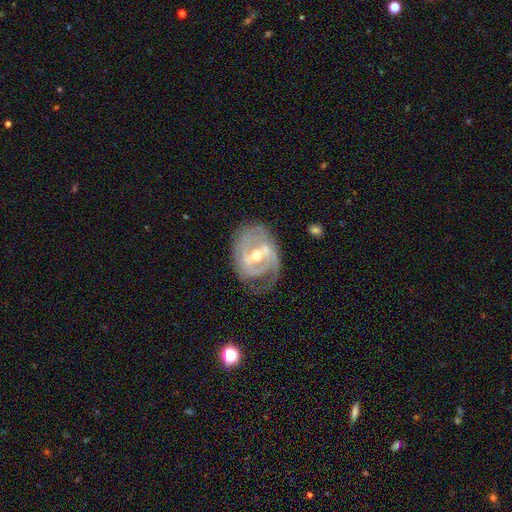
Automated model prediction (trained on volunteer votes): smooth-or-featured: featured or disk: 87% | smooth: 8% | star or artifact: 5%
  disk-edge-on: no: 97% | yes: 3%
    bar: weak: 43% | strong: 37% | no: 19%
    has-spiral-arms: yes: 90% | no: 10%
      spiral-winding: tight: 47% | medium: 38% | loose: 15%
      spiral-arm-count: 2: 50% | can't tell: 21% | 1: 13% | 3: 11% | 4: 3% | more than 4: 3%
    bulge-size: moderate: 61% | small: 35% | large: 2% | none: 1% | dominant: 1%
  merging: none: 52% | minor disturbance: 26% | major disturbance: 19% | merger: 4%